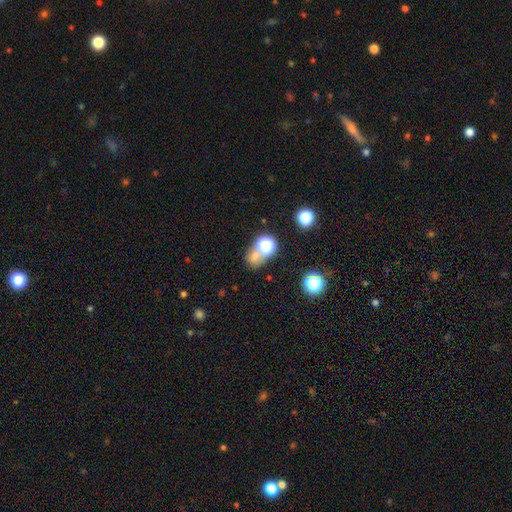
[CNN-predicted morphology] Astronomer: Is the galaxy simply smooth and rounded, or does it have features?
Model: smooth — 55% (runner-up: star or artifact, 32%).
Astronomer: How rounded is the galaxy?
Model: round — 61% (runner-up: in between, 38%).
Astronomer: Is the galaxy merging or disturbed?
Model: none — 44% (runner-up: merger, 35%).